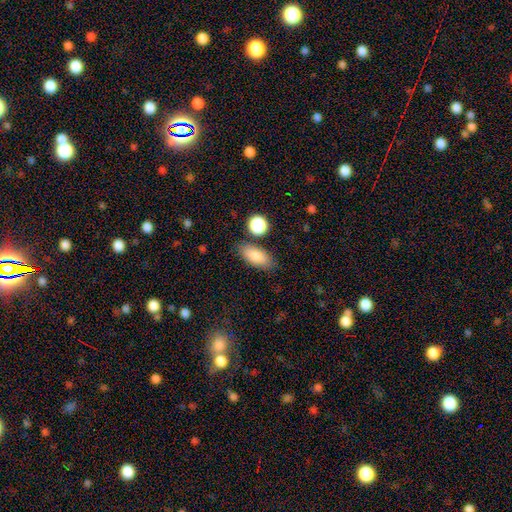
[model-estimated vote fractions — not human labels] This appears to be a smooth galaxy with no disk features (83%) that is in between round and cigar-shaped (84%). Merging: none (80%).